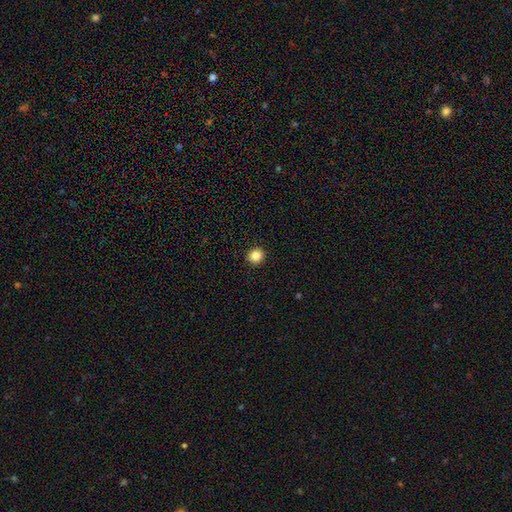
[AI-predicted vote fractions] Overall: smooth (86%). How rounded: round (90%). Merging: none (93%).